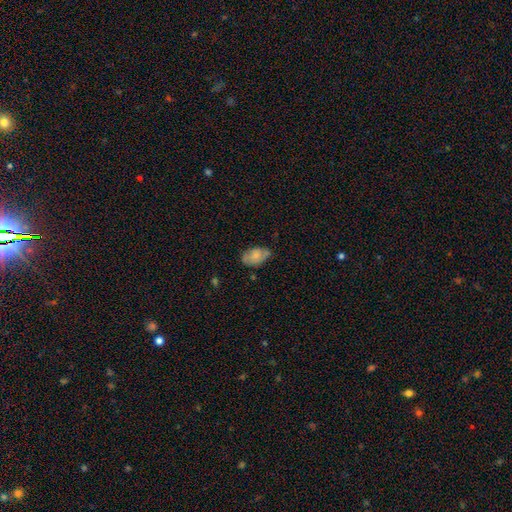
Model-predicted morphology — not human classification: A smooth galaxy with no disk features (70%) that is in between round and cigar-shaped (92%). Merging: none (63%).